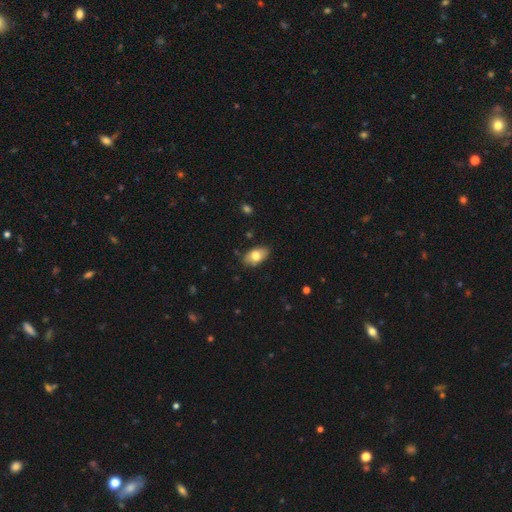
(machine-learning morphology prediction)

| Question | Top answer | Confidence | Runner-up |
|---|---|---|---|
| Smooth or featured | smooth | 77% | featured or disk (16%) |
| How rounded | in between | 92% | round (5%) |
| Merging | none | 82% | minor disturbance (14%) |